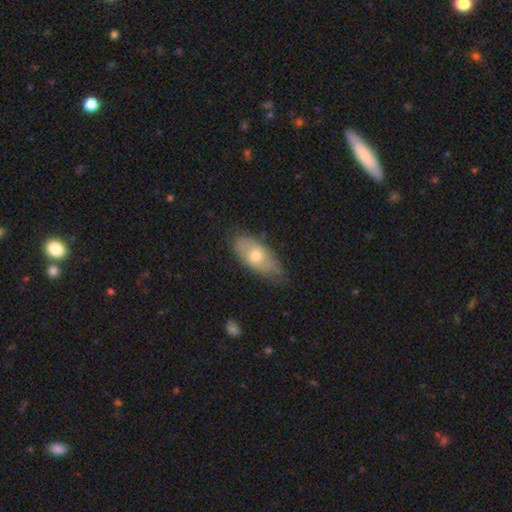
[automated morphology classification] Overall: smooth (55%; featured or disk 39%). How rounded: in between (88%). Merging: none (66%; minor disturbance 27%).